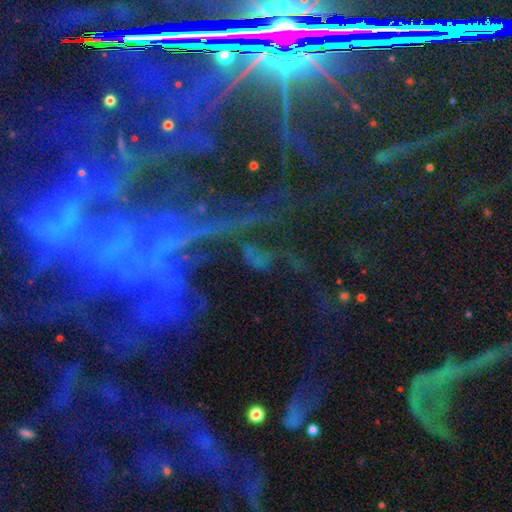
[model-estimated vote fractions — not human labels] This appears to be a star or artifact, not a galaxy (50%).